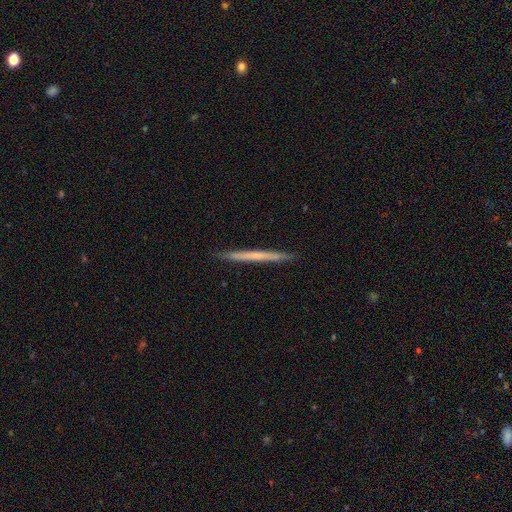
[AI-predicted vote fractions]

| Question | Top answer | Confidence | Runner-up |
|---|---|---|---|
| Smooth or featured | smooth | 50% | featured or disk (44%) |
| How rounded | cigar-shaped | 97% | in between (1%) |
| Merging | none | 92% | minor disturbance (6%) |